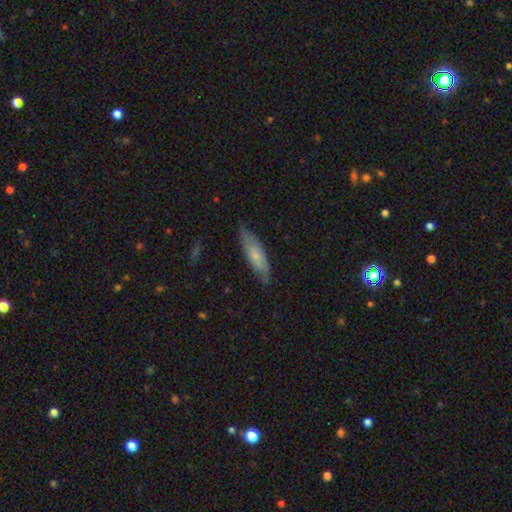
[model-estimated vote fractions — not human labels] Smooth or featured: smooth — 59% (featured or disk — 36%)
How rounded: cigar-shaped — 57% (in between — 42%)
Merging: none — 73% (minor disturbance — 22%)